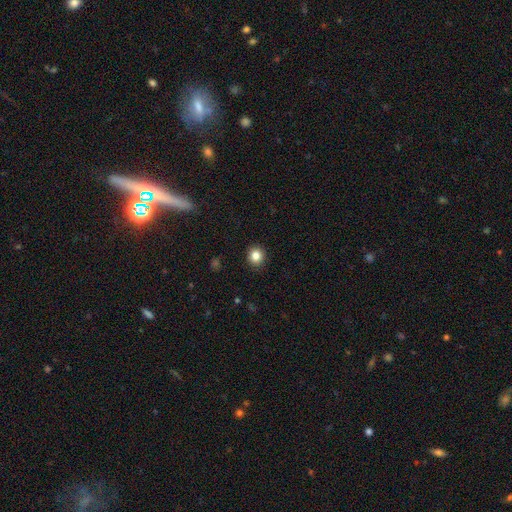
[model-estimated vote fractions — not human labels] smooth-or-featured: smooth: 84% | star or artifact: 11% | featured or disk: 5%
  how-rounded: round: 87% | in between: 12% | cigar-shaped: 1%
  merging: none: 91% | minor disturbance: 6% | major disturbance: 2% | merger: 1%